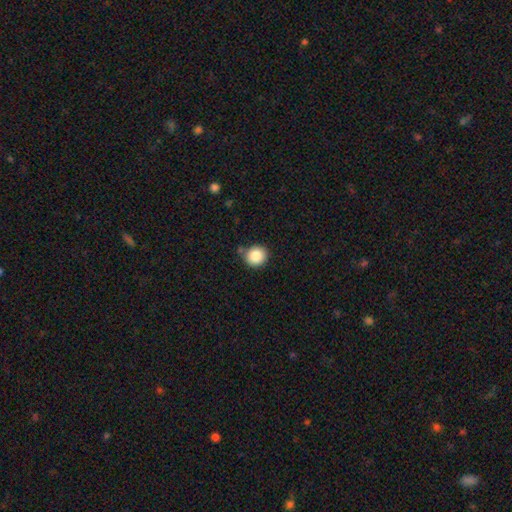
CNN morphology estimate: Smooth or featured? Predicted: smooth (p=0.87). How rounded? Predicted: round (p=0.90). Merging? Predicted: none (p=0.82).